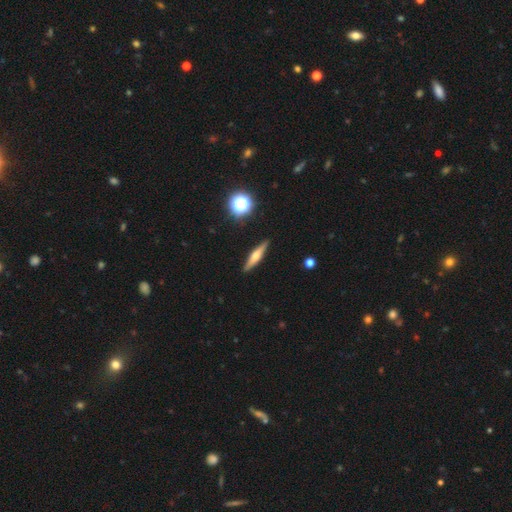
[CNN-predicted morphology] This appears to be a featured or disk galaxy (53%) viewed edge-on (95%) with a rounded central bulge (87%). Merging: none (90%).